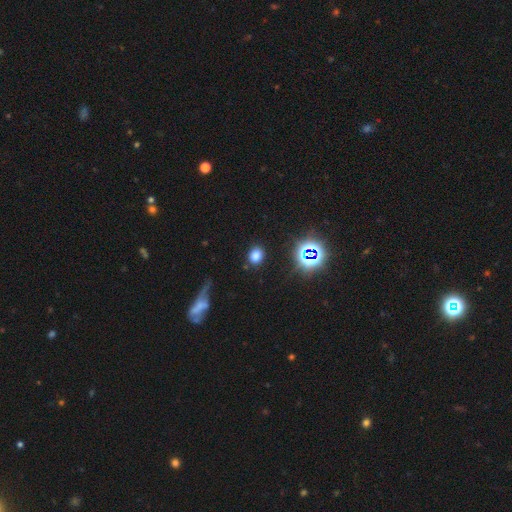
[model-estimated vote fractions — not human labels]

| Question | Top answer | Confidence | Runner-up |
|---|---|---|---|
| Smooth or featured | smooth | 74% | star or artifact (19%) |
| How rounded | round | 55% | in between (43%) |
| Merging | none | 86% | minor disturbance (8%) |